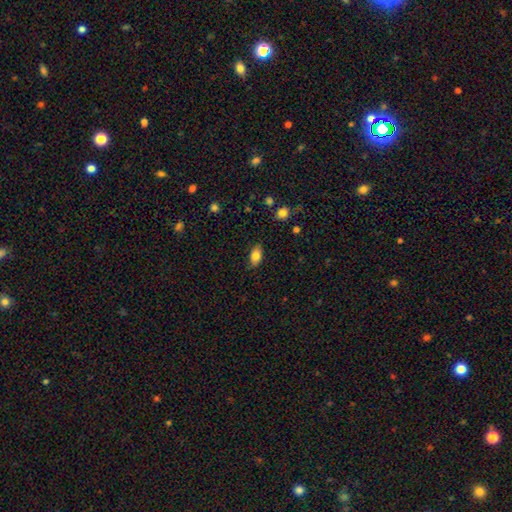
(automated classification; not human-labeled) Smooth or featured? smooth (82%)
How rounded? in between (90%)
Merging? none (83%)